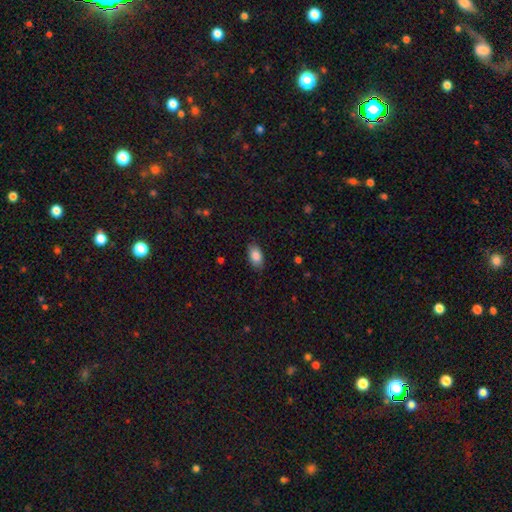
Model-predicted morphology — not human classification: The model was most divided on "merging": none: 83%, minor disturbance: 13%, major disturbance: 3%, merger: 1%. More confident: how rounded — in between (92%); smooth or featured — smooth (86%).